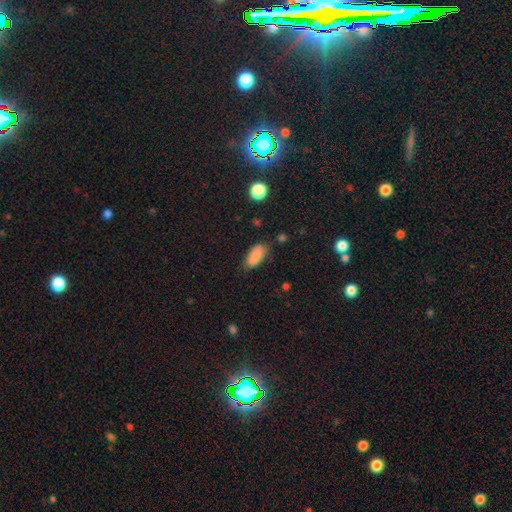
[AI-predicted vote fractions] Smooth or featured? smooth (87%)
How rounded? in between (89%)
Merging? none (73%)